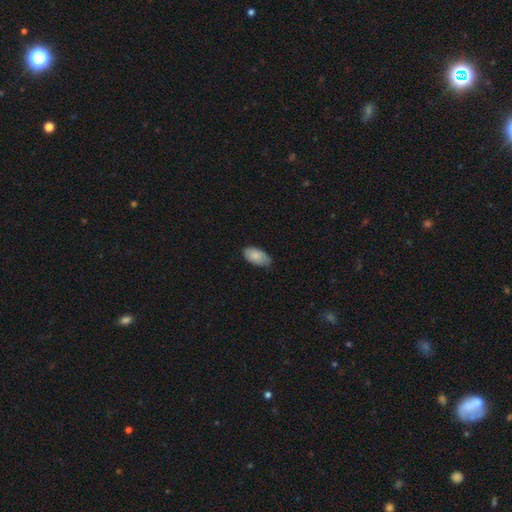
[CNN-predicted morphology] smooth-or-featured: smooth: 84% | featured or disk: 10% | star or artifact: 6%
  how-rounded: in between: 95% | round: 3% | cigar-shaped: 2%
  merging: none: 68% | minor disturbance: 27% | major disturbance: 3% | merger: 1%